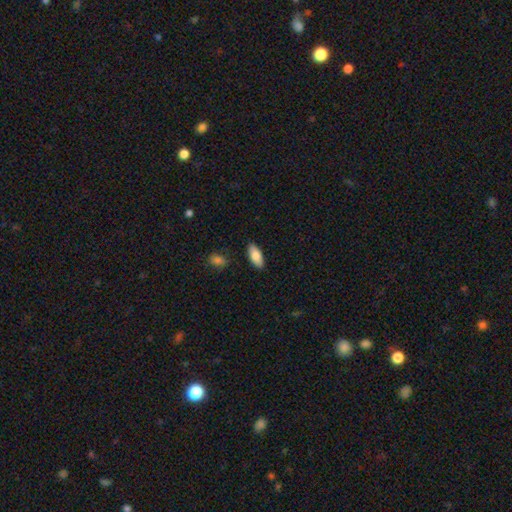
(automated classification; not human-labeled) A smooth galaxy with no disk features (83%) that is in between round and cigar-shaped (84%). Merging: none (87%).